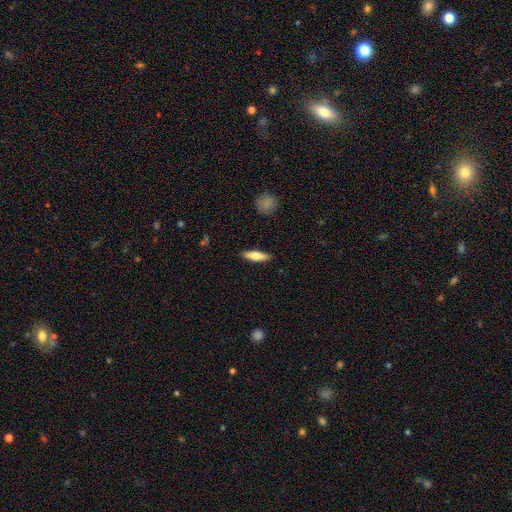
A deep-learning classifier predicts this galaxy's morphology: The model was most divided on "how rounded": cigar-shaped: 61%, in between: 37%, round: 2%. More confident: merging — none (90%); smooth or featured — smooth (64%).